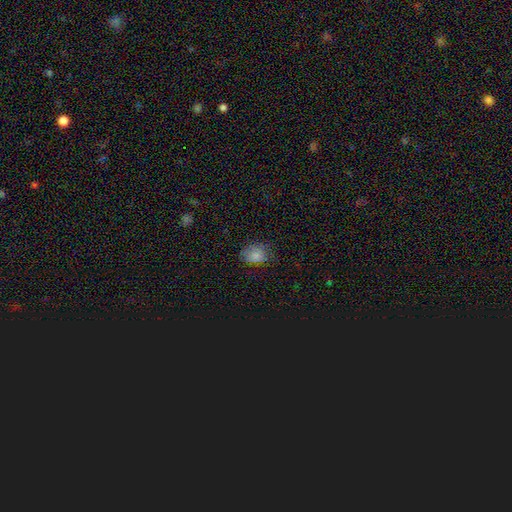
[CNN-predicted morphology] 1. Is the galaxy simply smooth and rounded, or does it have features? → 82% smooth, 11% star or artifact, 7% featured or disk.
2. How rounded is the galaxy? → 53% in between, 46% round, 1% cigar-shaped.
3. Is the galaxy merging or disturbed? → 71% none, 22% minor disturbance, 6% major disturbance, 1% merger.